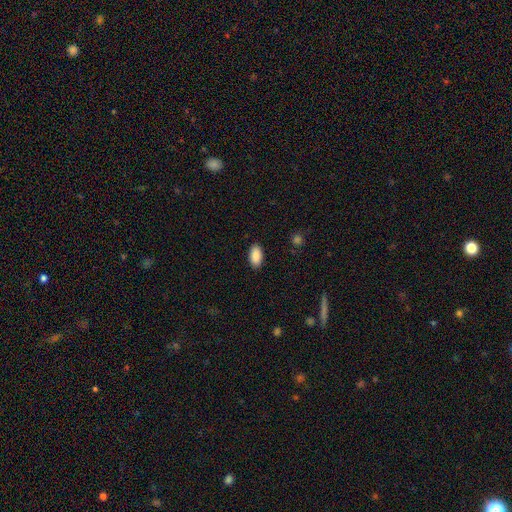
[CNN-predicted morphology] Smooth or featured: smooth — 90% (star or artifact — 7%)
How rounded: in between — 94% (round — 3%)
Merging: none — 89% (minor disturbance — 8%)